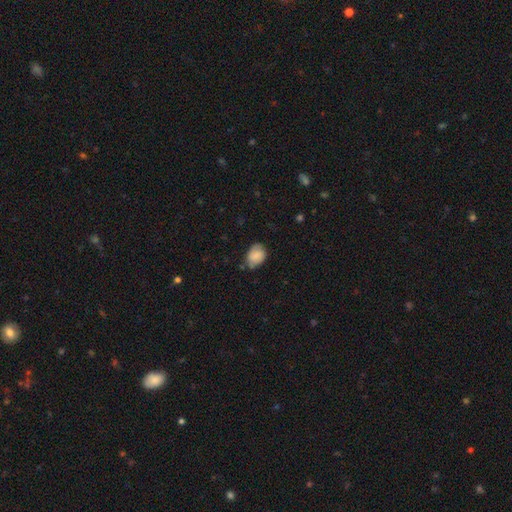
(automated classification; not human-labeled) Smooth or featured? smooth (80%)
How rounded? in between (71%)
Merging? none (62%)